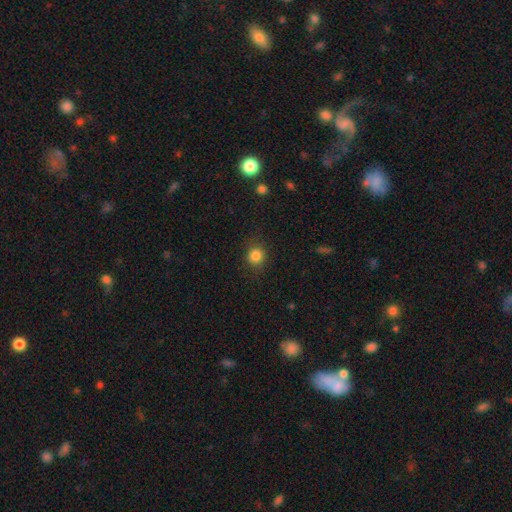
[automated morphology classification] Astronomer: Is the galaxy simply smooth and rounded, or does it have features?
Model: smooth — 84%.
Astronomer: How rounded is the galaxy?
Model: round — 84%.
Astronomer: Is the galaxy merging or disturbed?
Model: none — 86%.